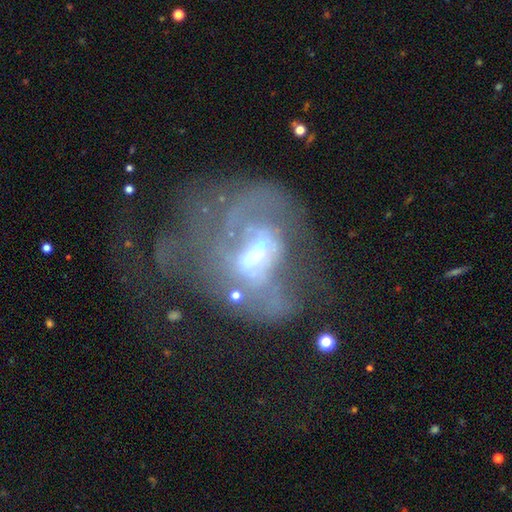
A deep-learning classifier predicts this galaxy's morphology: The model was most divided on "spiral arms" (2-way tie): no: 50%, yes: 50%. Remaining: edge-on disk — no (96%); smooth or featured — featured or disk (71%); merging — major disturbance (53%); bulge size — moderate (46%); bar — no (38%).